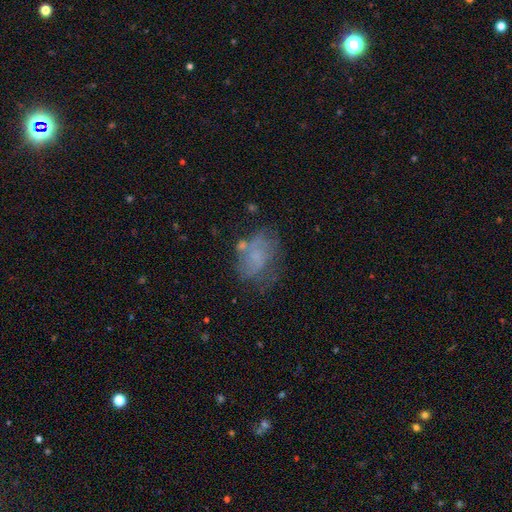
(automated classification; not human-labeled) The model was most divided on "smooth or featured": smooth: 44%, featured or disk: 40%, star or artifact: 16%. More confident: merging — none (52%).